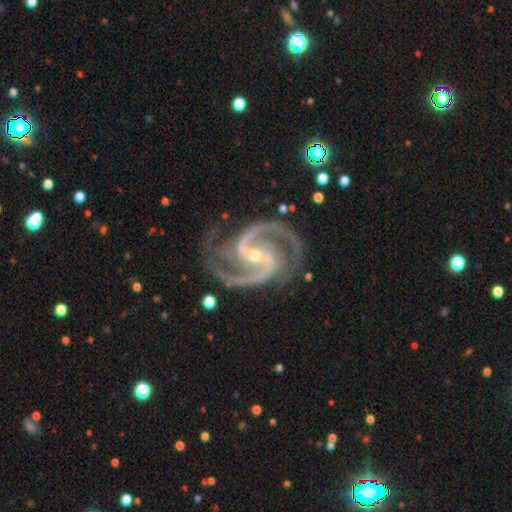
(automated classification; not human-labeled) Smooth or featured? featured or disk (95%)
Edge-on disk? no (98%)
Bar? strong (42%)
Spiral arms? yes (99%)
Spiral winding? medium (65%)
Spiral arm count? 2 (85%)
Bulge size? small (53%)
Merging? none (77%)